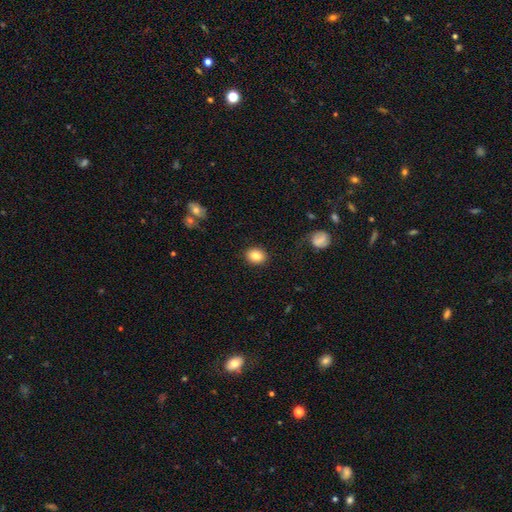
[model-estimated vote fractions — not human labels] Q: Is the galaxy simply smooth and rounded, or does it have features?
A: smooth — 83%.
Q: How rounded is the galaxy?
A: round — 56%.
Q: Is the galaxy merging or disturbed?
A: none — 88%.